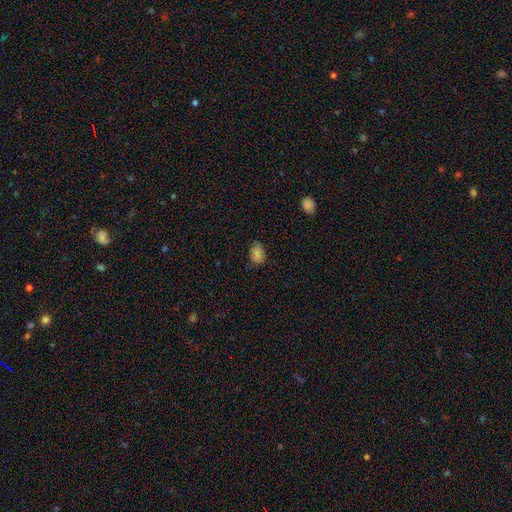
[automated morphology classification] smooth-or-featured: smooth: 56% | star or artifact: 31% | featured or disk: 13%
  how-rounded: in between: 67% | round: 31% | cigar-shaped: 2%
  merging: none: 66% | minor disturbance: 20% | major disturbance: 7% | merger: 6%